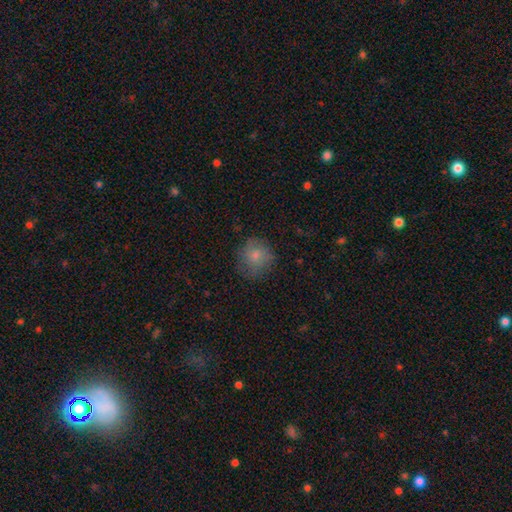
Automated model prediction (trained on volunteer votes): Q: Smooth or featured?
A: smooth (80%); runner-up: featured or disk (12%)
Q: How rounded?
A: round (87%); runner-up: in between (12%)
Q: Merging?
A: none (73%); runner-up: minor disturbance (19%)